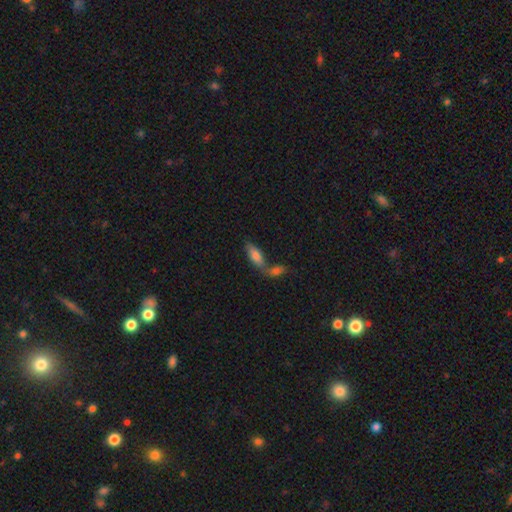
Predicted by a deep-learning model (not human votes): smooth_or_featured: smooth (p=0.74) [alt: featured or disk p=0.19]
how_rounded: in between (p=0.72) [alt: cigar-shaped p=0.26]
merging: merger (p=0.53) [alt: none p=0.34]